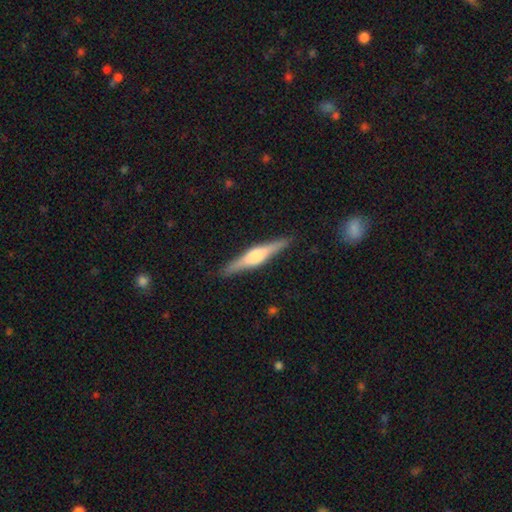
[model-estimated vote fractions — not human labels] smooth_or_featured: featured or disk (p=0.71) [alt: smooth p=0.24]
disk_edge_on: yes (p=0.98) [alt: no p=0.02]
edge_on_bulge: rounded (p=0.77) [alt: boxy p=0.19]
merging: none (p=0.90) [alt: minor disturbance p=0.08]